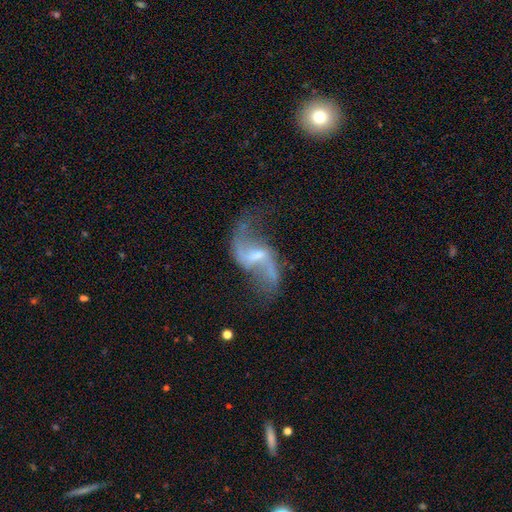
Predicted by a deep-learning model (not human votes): Q: Smooth or featured?
A: featured or disk (89%); runner-up: star or artifact (6%)
Q: Edge-on disk?
A: no (97%); runner-up: yes (3%)
Q: Bar?
A: weak (52%); runner-up: strong (28%)
Q: Spiral arms?
A: yes (96%); runner-up: no (4%)
Q: Spiral winding?
A: loose (87%); runner-up: medium (10%)
Q: Spiral arm count?
A: 2 (93%); runner-up: 1 (2%)
Q: Bulge size?
A: small (56%); runner-up: moderate (27%)
Q: Merging?
A: none (68%); runner-up: minor disturbance (16%)